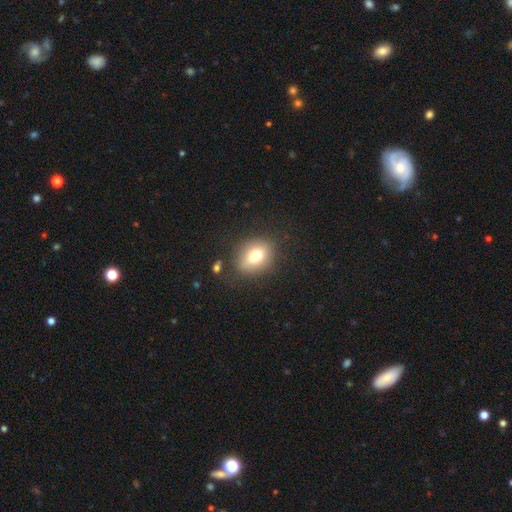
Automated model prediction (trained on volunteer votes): A smooth galaxy with no disk features (78%) that is in between round and cigar-shaped (67%). Merging: none (78%).